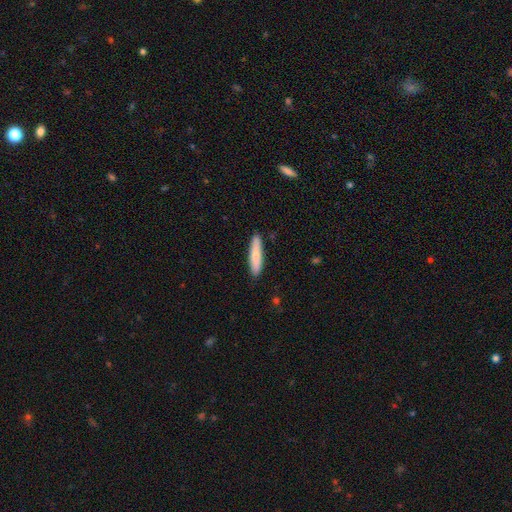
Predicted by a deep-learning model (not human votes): This appears to be a smooth galaxy with no disk features (77%) that is cigar-shaped (82%). Merging: none (89%).